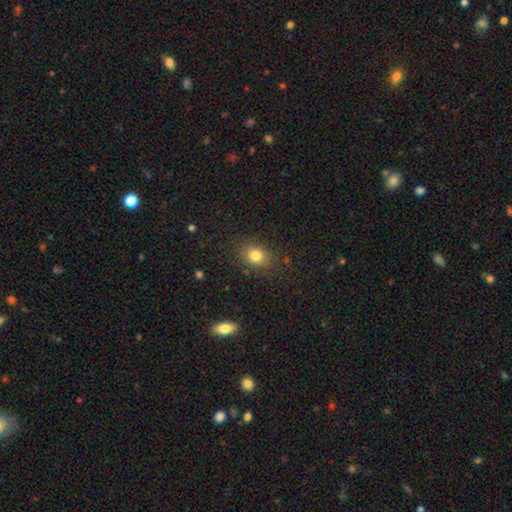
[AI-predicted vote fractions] A smooth galaxy with no disk features (80%) that is in between round and cigar-shaped (52%). Merging: none (83%).